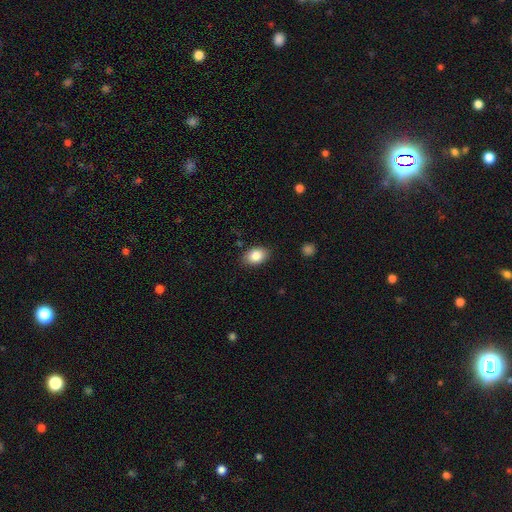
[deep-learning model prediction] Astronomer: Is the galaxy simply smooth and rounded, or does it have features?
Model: smooth — 84%.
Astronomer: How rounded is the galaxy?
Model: in between — 80%.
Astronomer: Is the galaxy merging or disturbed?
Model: none — 85%.